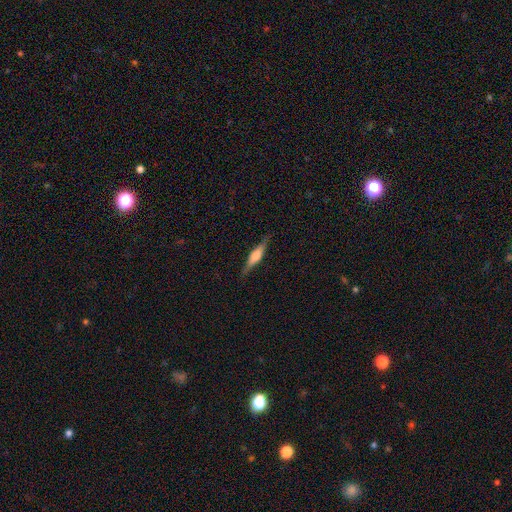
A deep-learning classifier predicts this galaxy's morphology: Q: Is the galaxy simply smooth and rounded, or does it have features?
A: featured or disk — 60%.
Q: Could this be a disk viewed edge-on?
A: yes — 96%.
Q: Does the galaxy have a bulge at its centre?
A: rounded — 72%.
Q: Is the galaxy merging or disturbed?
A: none — 87%.